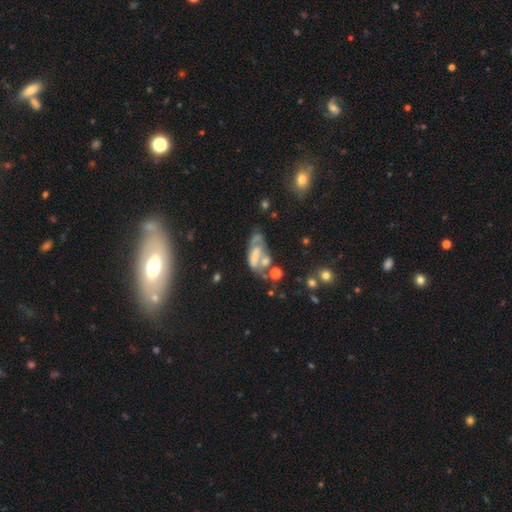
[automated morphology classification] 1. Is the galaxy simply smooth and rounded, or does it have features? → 55% featured or disk, 32% smooth, 12% star or artifact.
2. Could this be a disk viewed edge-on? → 92% no, 8% yes.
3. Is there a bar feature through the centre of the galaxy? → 62% no, 23% weak, 16% strong.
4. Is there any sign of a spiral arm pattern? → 64% no, 36% yes.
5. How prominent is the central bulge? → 40% none, 25% moderate, 22% small, 10% large, 3% dominant.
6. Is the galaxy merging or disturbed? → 29% major disturbance, 27% merger, 24% none, 20% minor disturbance.